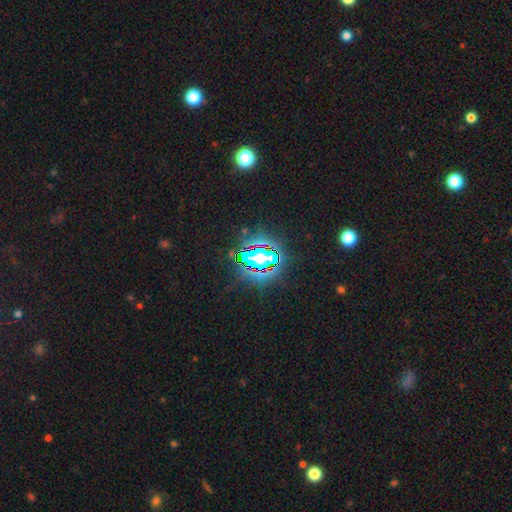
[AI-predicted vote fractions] star or artifact 74%, smooth 15%, featured or disk 11%.